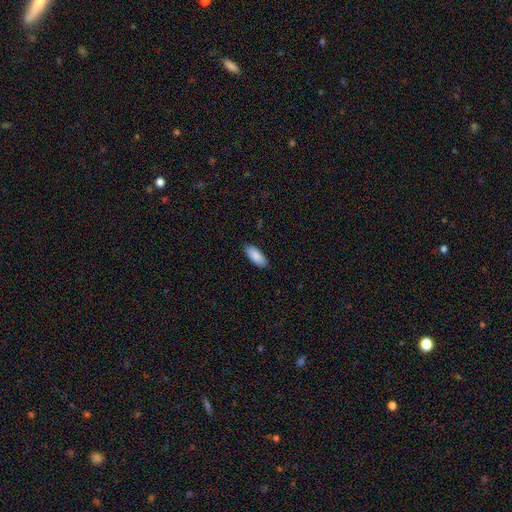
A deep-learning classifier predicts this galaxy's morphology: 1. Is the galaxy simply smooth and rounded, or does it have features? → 89% smooth, 5% featured or disk, 5% star or artifact.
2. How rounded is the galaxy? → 83% in between, 15% cigar-shaped, 2% round.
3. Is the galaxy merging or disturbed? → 88% none, 9% minor disturbance, 2% major disturbance, 1% merger.